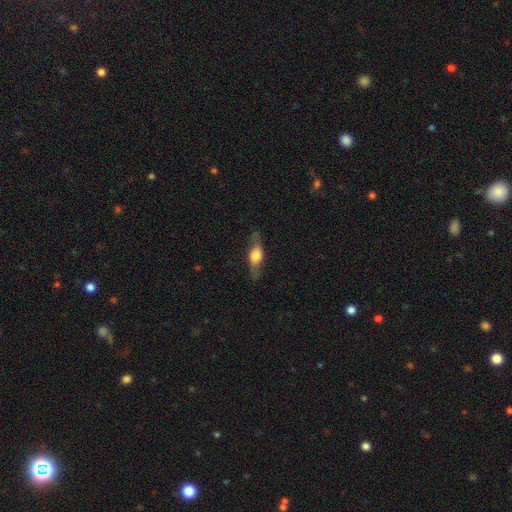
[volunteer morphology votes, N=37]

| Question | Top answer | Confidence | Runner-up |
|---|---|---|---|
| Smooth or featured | featured or disk | 57% | smooth (38%) |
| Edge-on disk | yes | 62% | no (38%) |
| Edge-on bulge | rounded | 92% | boxy (8%) |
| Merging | none | 83% | minor disturbance (11%) |